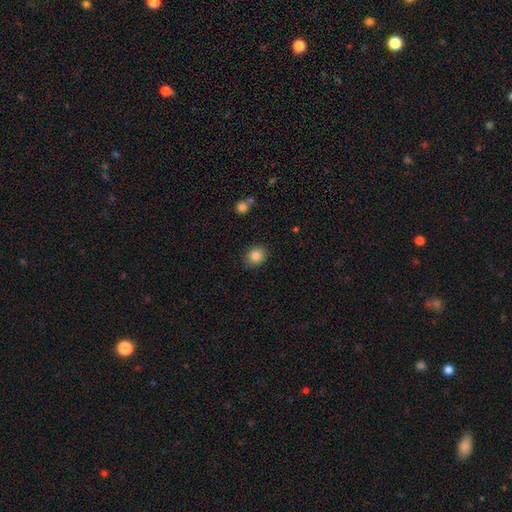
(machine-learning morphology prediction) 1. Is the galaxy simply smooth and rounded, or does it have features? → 84% smooth, 9% star or artifact, 7% featured or disk.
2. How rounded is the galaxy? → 59% round, 40% in between, 1% cigar-shaped.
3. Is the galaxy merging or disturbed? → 88% none, 9% minor disturbance, 2% major disturbance, 1% merger.